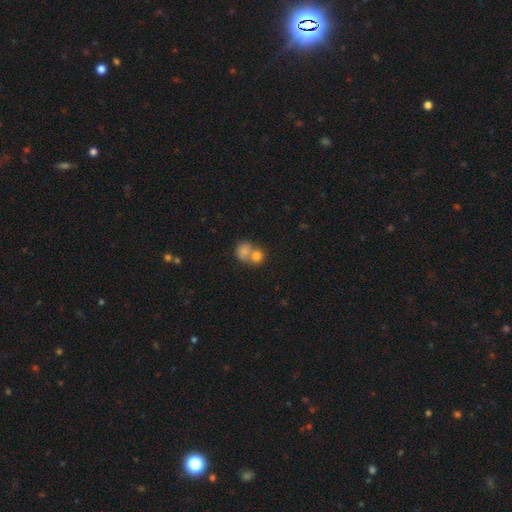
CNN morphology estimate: Smooth or featured? smooth (78%)
How rounded? round (72%)
Merging? merger (62%)